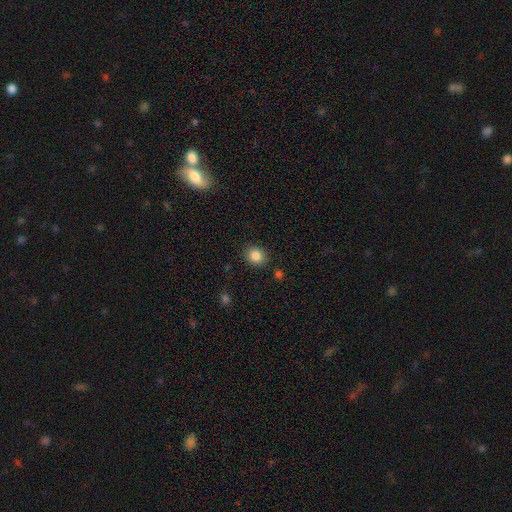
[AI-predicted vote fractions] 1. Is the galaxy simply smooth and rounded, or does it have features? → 85% smooth, 10% star or artifact, 5% featured or disk.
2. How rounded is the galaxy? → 75% round, 24% in between, 1% cigar-shaped.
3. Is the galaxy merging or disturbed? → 88% none, 8% minor disturbance, 2% major disturbance, 2% merger.